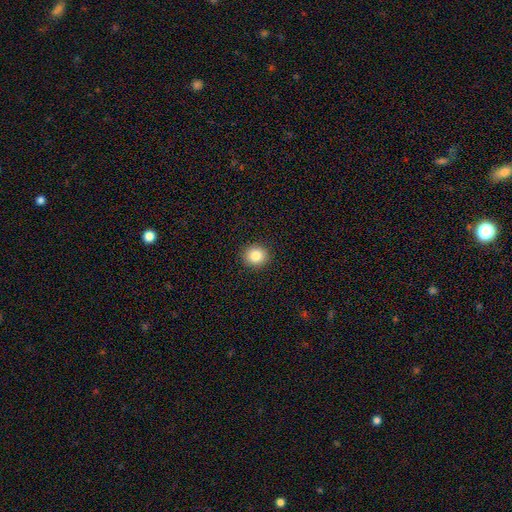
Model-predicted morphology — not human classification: The model was most divided on "smooth or featured": smooth: 84%, star or artifact: 10%, featured or disk: 6%. More confident: merging — none (92%); how rounded — round (87%).